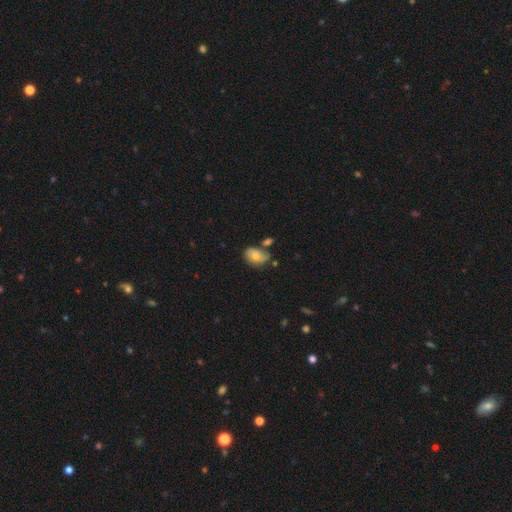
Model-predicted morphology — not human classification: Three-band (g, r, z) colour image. It shows a smooth galaxy with no disk features (64%) that is in between round and cigar-shaped (76%). Merging: none (51%).